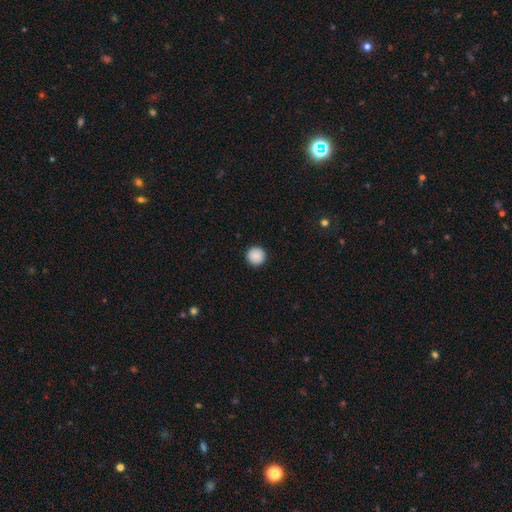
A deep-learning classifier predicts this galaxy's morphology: Overall: smooth (89%). How rounded: round (96%). Merging: none (93%).